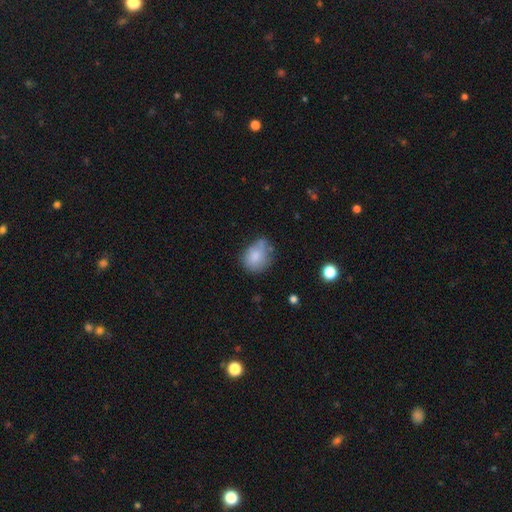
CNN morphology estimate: A smooth galaxy with no disk features (77%) that is in between round and cigar-shaped (52%).

Vote fractions:
- Smooth or featured? smooth: 77% / featured or disk: 14% / star or artifact: 9%
- How rounded? in between: 52% / round: 47% / cigar-shaped: 1%
- Merging? none: 45% / minor disturbance: 35% / major disturbance: 12% / merger: 8%